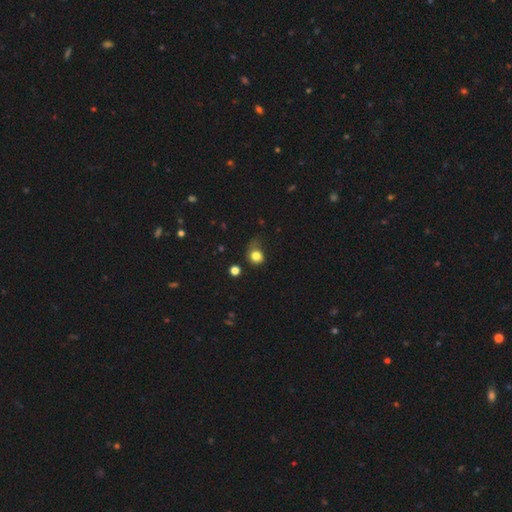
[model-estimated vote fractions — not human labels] Smooth or featured? smooth (80%)
How rounded? round (70%)
Merging? none (41%)